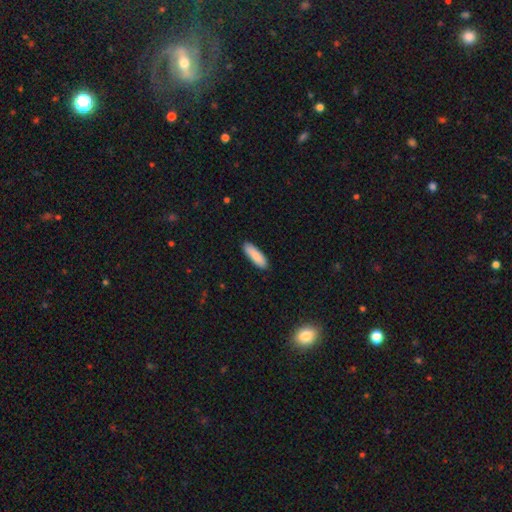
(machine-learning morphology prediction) type=smooth (88%); roundness=cigar-shaped (51%); merging=none (88%).